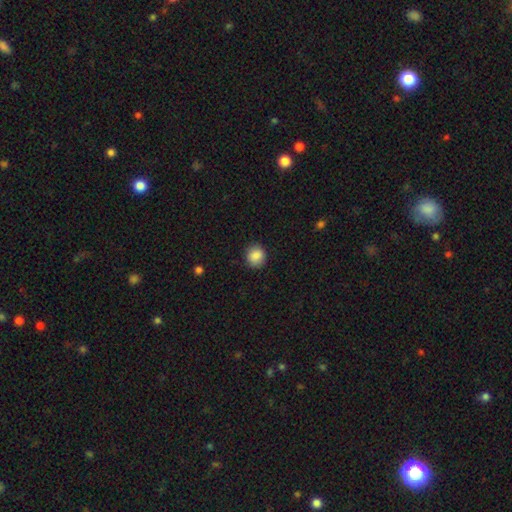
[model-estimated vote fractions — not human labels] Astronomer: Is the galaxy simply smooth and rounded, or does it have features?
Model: smooth — 87%.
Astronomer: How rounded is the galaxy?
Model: round — 83%.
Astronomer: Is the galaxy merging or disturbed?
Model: none — 87%.